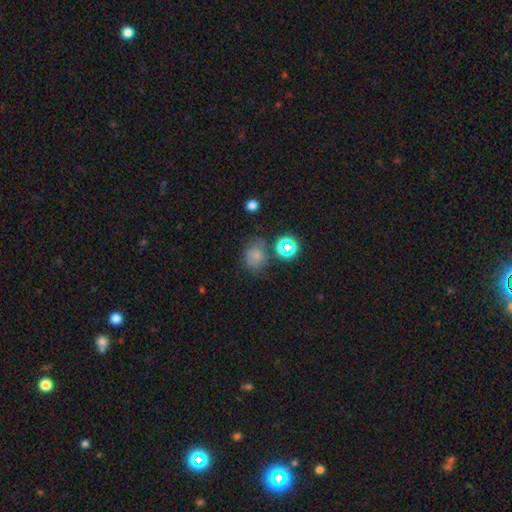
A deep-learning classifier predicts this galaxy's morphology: Smooth or featured?
  - smooth: 71% *
  - star or artifact: 20%
  - featured or disk: 9%
How rounded?
  - round: 61% *
  - in between: 38%
  - cigar-shaped: 1%
Merging?
  - none: 62% *
  - minor disturbance: 21%
  - merger: 9%
  - major disturbance: 8%